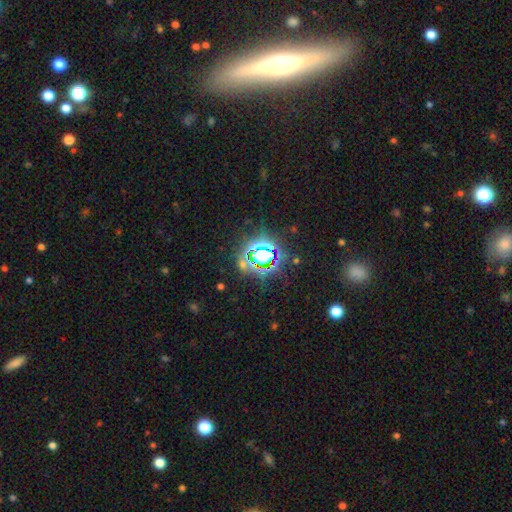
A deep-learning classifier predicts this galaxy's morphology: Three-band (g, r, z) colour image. It shows a star or artifact, not a galaxy (76%).